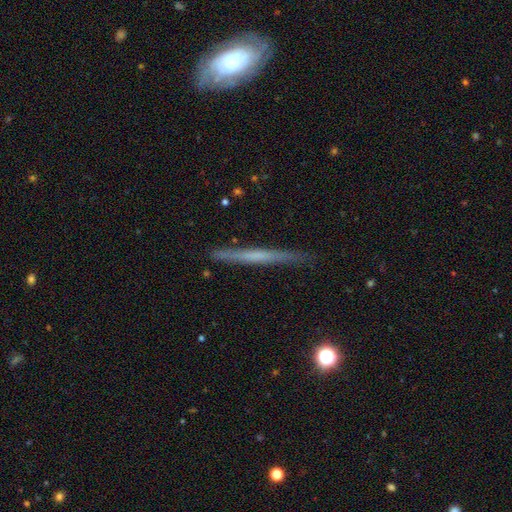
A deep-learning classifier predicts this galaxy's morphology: Smooth or featured? Predicted: featured or disk (p=0.51). Edge-on disk? Predicted: yes (p=0.97). Merging? Predicted: none (p=0.89).